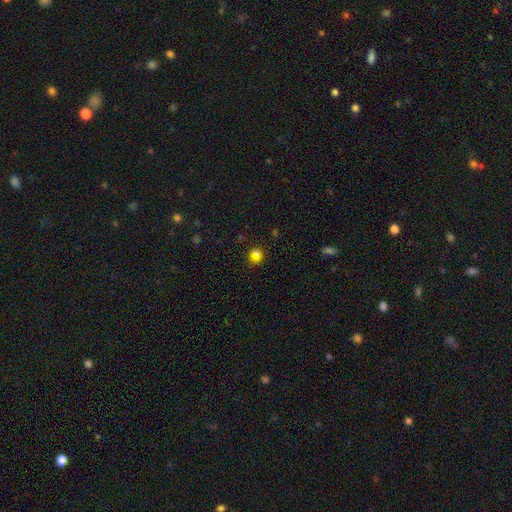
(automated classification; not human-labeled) Overall: smooth (75%). How rounded: round (86%). Merging: none (80%).